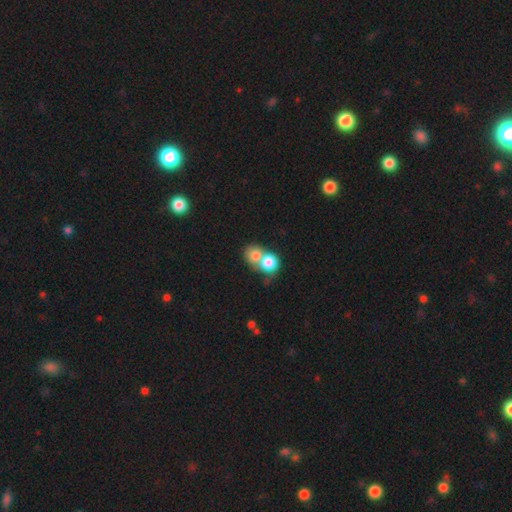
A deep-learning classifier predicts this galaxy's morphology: A smooth galaxy with no disk features (76%) that is round (72%).

Vote fractions:
- Smooth or featured? smooth: 76% / featured or disk: 15% / star or artifact: 8%
- How rounded? round: 72% / in between: 27% / cigar-shaped: 1%
- Merging? merger: 73% / none: 19% / minor disturbance: 5% / major disturbance: 3%